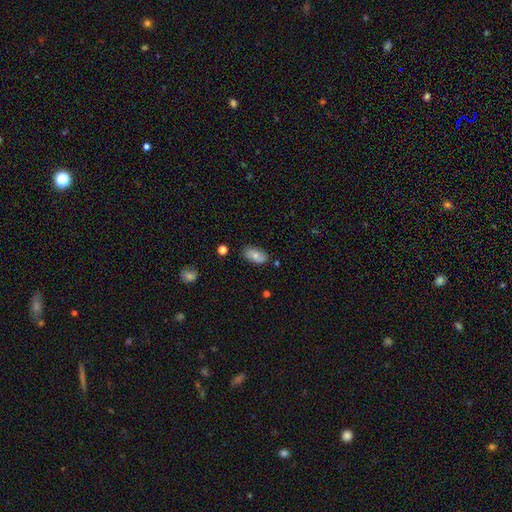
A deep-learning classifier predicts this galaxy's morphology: Q: Smooth or featured?
A: smooth (59%); runner-up: featured or disk (33%)
Q: How rounded?
A: in between (92%); runner-up: round (5%)
Q: Merging?
A: none (77%); runner-up: minor disturbance (17%)